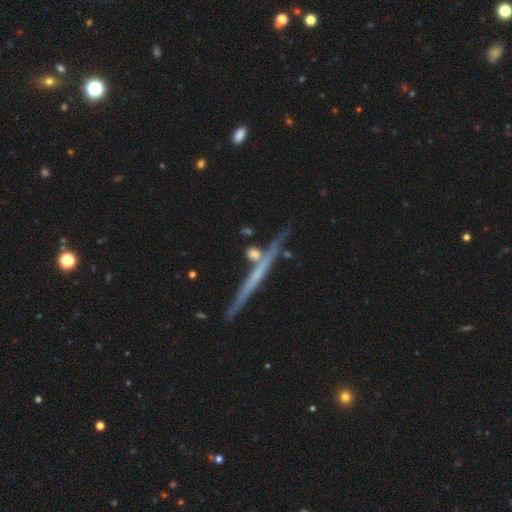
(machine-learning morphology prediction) Smooth or featured?
  - featured or disk: 63% *
  - smooth: 30%
  - star or artifact: 7%
Edge-on disk?
  - yes: 95% *
  - no: 5%
Edge-on bulge?
  - none: 84% *
  - rounded: 11%
  - boxy: 5%
Merging?
  - none: 77% *
  - minor disturbance: 11%
  - merger: 9%
  - major disturbance: 3%